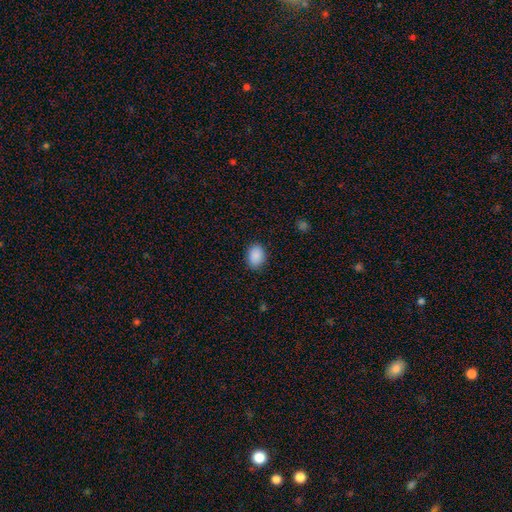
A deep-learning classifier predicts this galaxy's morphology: Overall: smooth (90%). How rounded: in between (76%). Merging: none (86%).